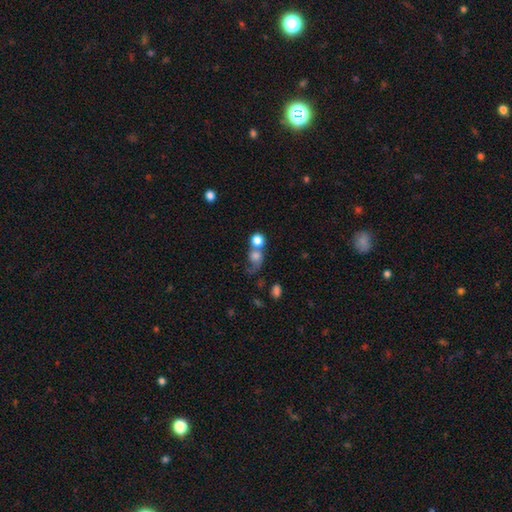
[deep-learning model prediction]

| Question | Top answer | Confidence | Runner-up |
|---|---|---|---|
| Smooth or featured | smooth | 68% | featured or disk (20%) |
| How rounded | round | 74% | in between (24%) |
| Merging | merger | 52% | none (25%) |